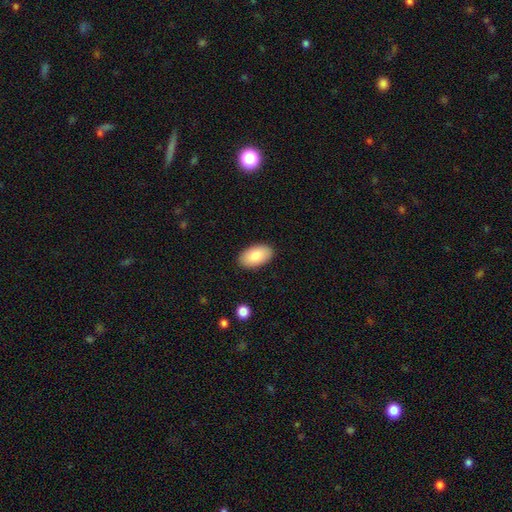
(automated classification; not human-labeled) This is clearly a smooth galaxy (84%). How rounded: clearly in between (96%). Merging: clearly none (89%).